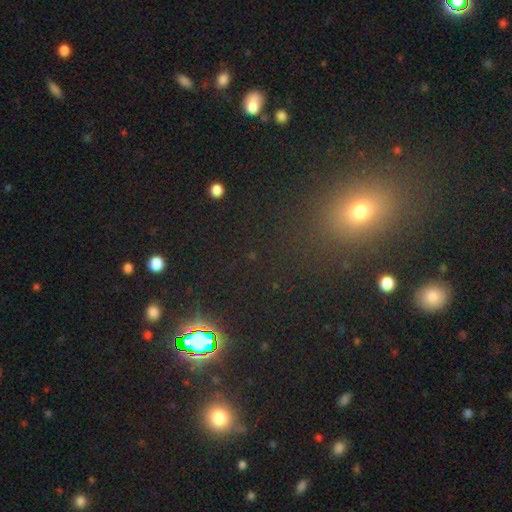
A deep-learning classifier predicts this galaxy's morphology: smooth_or_featured: smooth (p=0.46) [alt: star or artifact p=0.45]
merging: none (p=0.85) [alt: minor disturbance p=0.08]